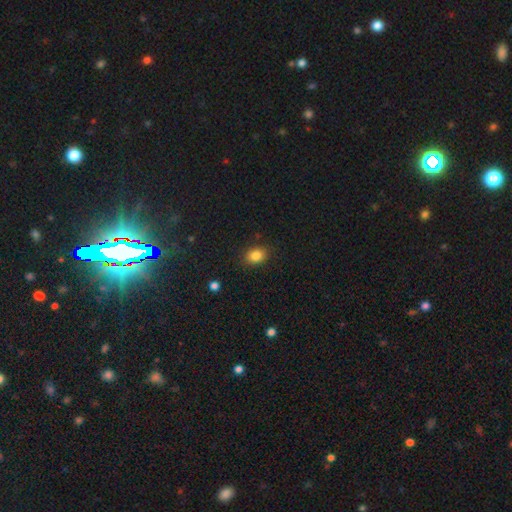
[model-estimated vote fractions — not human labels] A smooth galaxy with no disk features (85%) that is in between round and cigar-shaped (70%). Merging: none (85%).